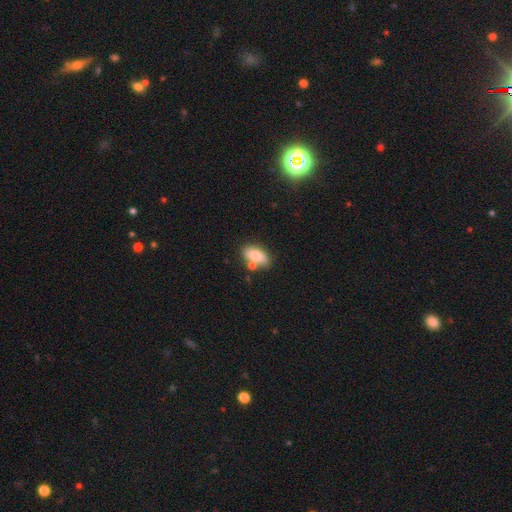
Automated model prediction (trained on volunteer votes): The model was most divided on "merging": none: 64%, merger: 17%, minor disturbance: 15%, major disturbance: 4%. More confident: how rounded — in between (88%); smooth or featured — smooth (85%).